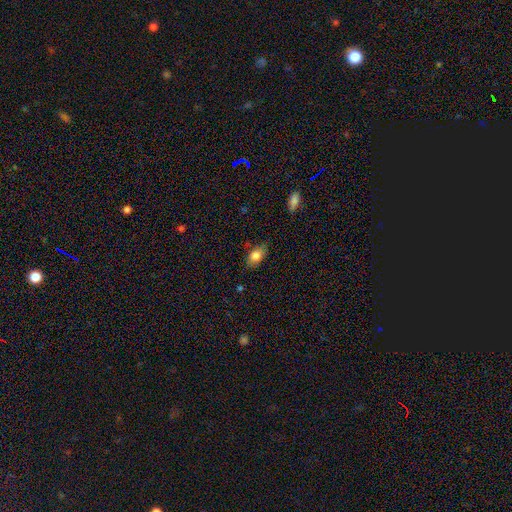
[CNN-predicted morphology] smooth-or-featured: smooth: 80% | featured or disk: 11% | star or artifact: 8%
  how-rounded: in between: 85% | round: 11% | cigar-shaped: 4%
  merging: none: 74% | minor disturbance: 20% | major disturbance: 4% | merger: 2%